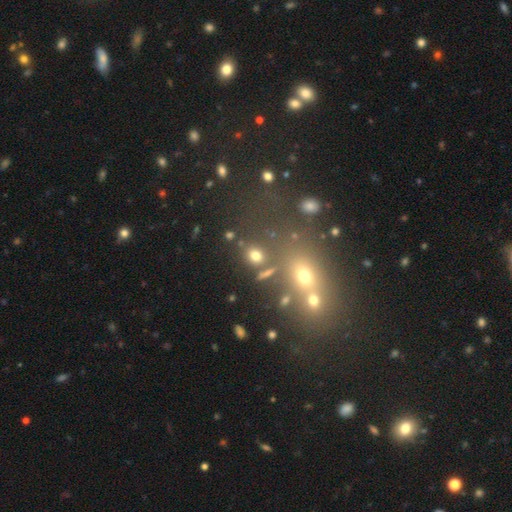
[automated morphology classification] smooth-or-featured: smooth: 73% | star or artifact: 18% | featured or disk: 9%
  how-rounded: round: 62% | in between: 36% | cigar-shaped: 3%
  merging: none: 70% | merger: 13% | minor disturbance: 11% | major disturbance: 6%